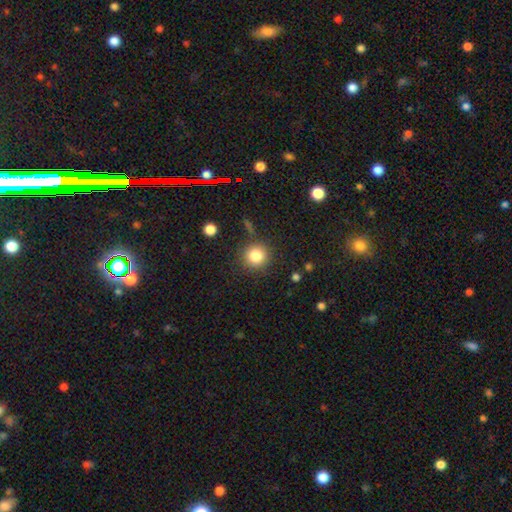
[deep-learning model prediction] Morphology: type=smooth (83%); roundness=round (92%); merging=none (84%).